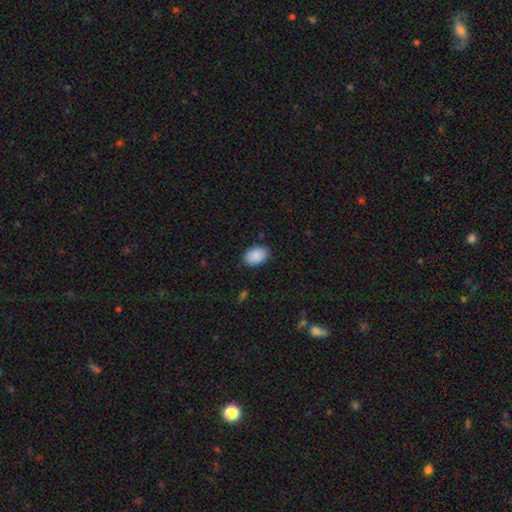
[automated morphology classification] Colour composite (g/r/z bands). It shows a smooth galaxy with no disk features (90%) that is in between round and cigar-shaped (87%). Merging: none (86%).